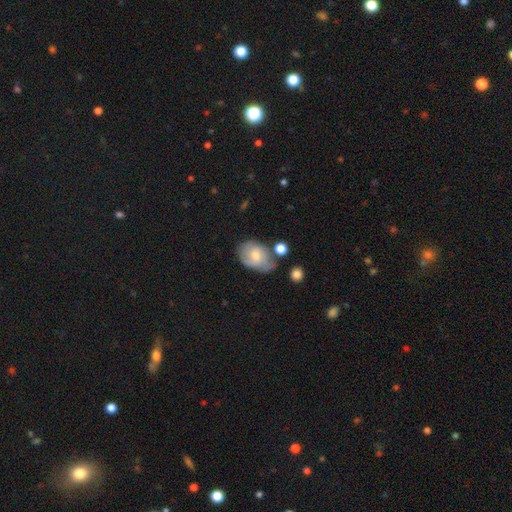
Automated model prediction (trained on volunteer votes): Smooth or featured? smooth (49%)
Merging? none (47%)